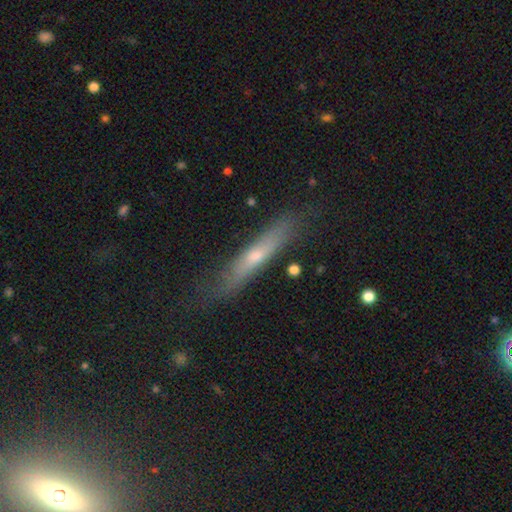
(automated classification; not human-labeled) smooth_or_featured: featured or disk (p=0.51) [alt: smooth p=0.39]
disk_edge_on: yes (p=0.85) [alt: no p=0.15]
merging: none (p=0.77) [alt: minor disturbance p=0.17]